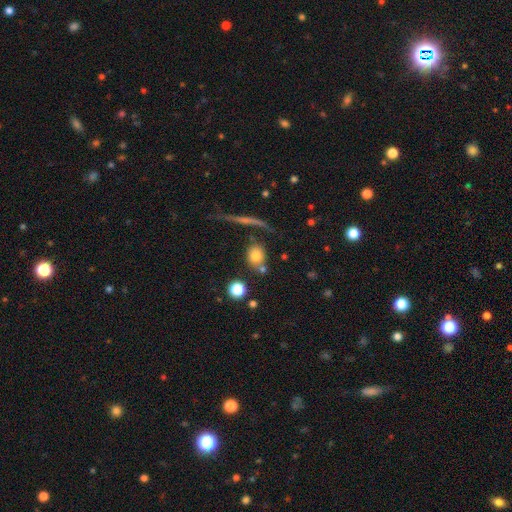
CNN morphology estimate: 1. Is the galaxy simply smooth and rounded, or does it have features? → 76% smooth, 13% featured or disk, 11% star or artifact.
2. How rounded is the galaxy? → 69% round, 29% in between, 3% cigar-shaped.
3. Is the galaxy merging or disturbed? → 62% none, 18% merger, 14% minor disturbance, 7% major disturbance.